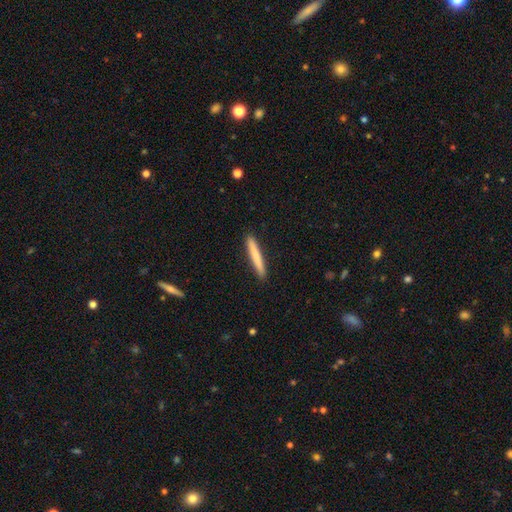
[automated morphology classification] A smooth galaxy with no disk features (76%) that is cigar-shaped (96%). Merging: none (92%).